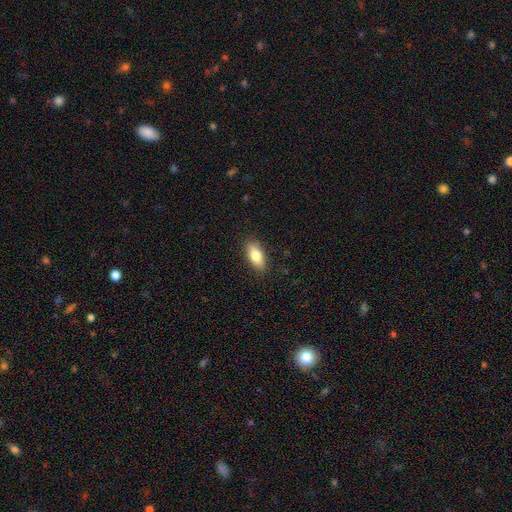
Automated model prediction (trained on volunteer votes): A smooth galaxy with no disk features (81%) that is in between round and cigar-shaped (83%). Merging: none (87%).